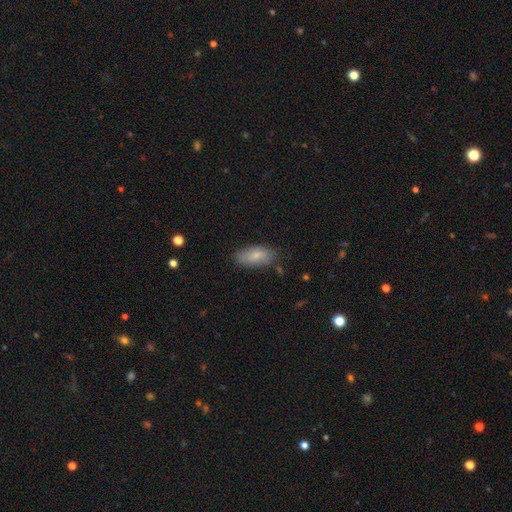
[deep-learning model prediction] A smooth galaxy with no disk features (77%) that is in between round and cigar-shaped (90%).

Vote fractions:
- Smooth or featured? smooth: 77% / featured or disk: 16% / star or artifact: 6%
- How rounded? in between: 90% / cigar-shaped: 8% / round: 3%
- Merging? none: 75% / minor disturbance: 19% / major disturbance: 4% / merger: 2%